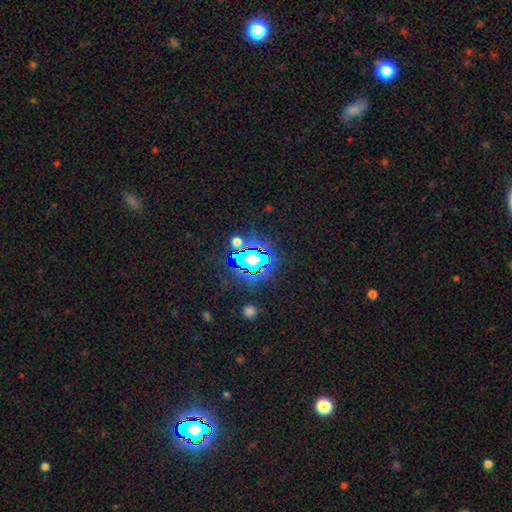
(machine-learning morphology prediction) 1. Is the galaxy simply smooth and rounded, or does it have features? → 82% star or artifact, 11% smooth, 7% featured or disk.